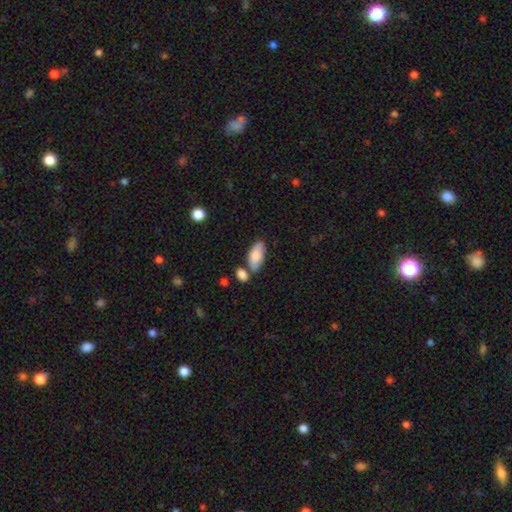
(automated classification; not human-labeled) This is likely a smooth galaxy (79%). How rounded: clearly in between (89%). Merging: likely none (61%).